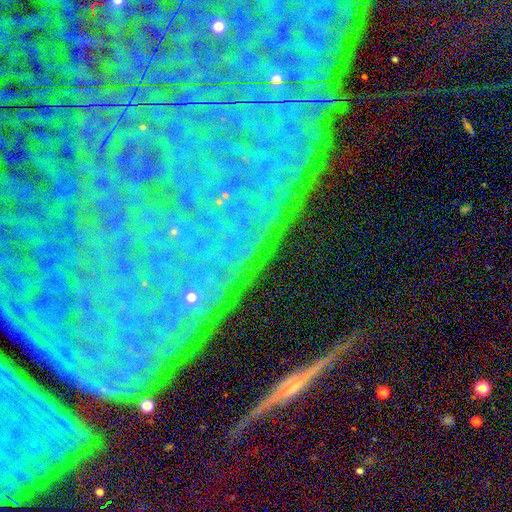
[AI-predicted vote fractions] This appears to be a star or artifact, not a galaxy (61%).